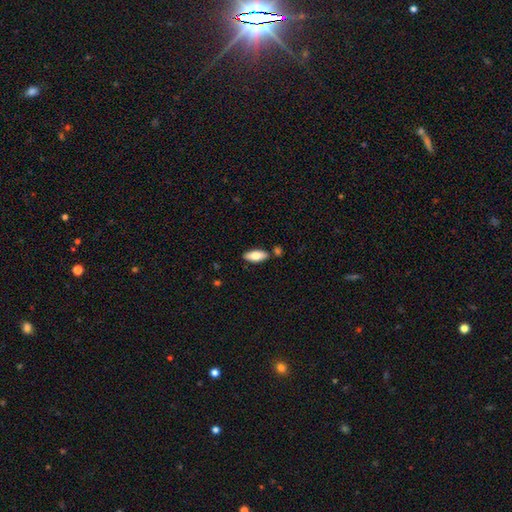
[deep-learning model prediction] Smooth or featured? Predicted: smooth (p=0.78). How rounded? Predicted: in between (p=0.83). Merging? Predicted: none (p=0.81).